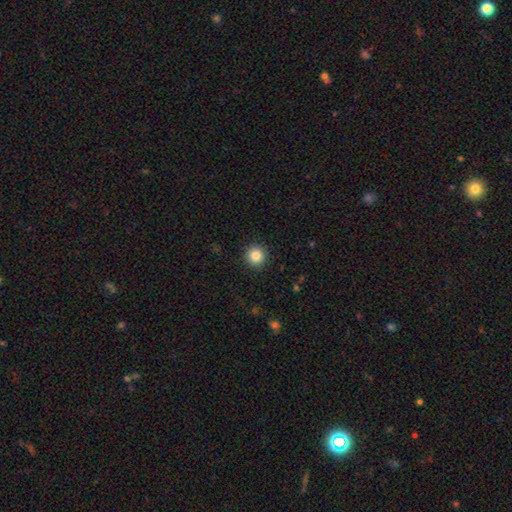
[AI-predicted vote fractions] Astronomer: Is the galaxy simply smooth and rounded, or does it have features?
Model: smooth — 85%.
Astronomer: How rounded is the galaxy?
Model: round — 96%.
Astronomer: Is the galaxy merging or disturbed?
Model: none — 93%.